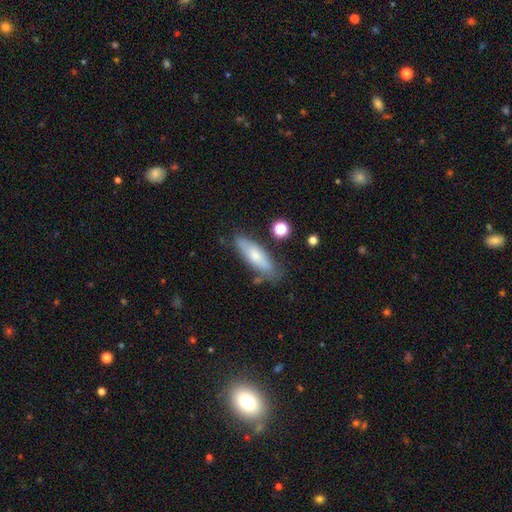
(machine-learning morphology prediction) Smooth or featured: smooth — 69% (featured or disk — 24%)
How rounded: cigar-shaped — 52% (in between — 46%)
Merging: none — 74% (minor disturbance — 17%)